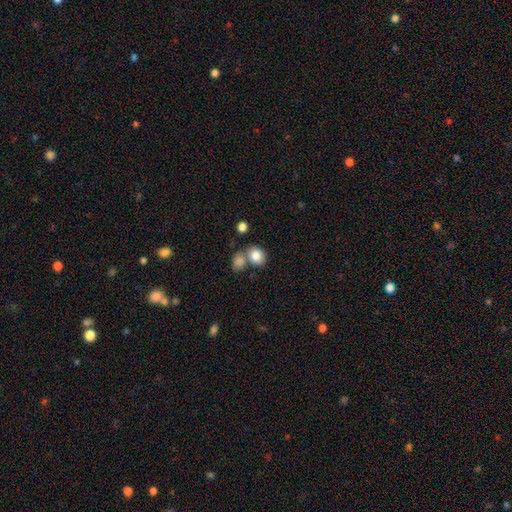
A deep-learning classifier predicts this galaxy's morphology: A smooth galaxy with no disk features (83%) that is round (56%). Merging: none (53%).